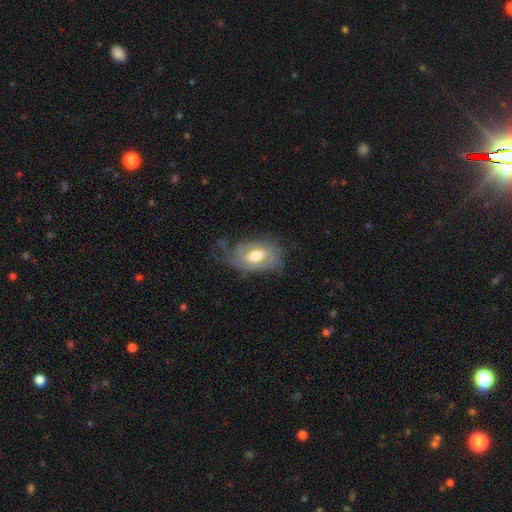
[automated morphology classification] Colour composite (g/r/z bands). It shows a featured or disk galaxy (75%) with no bar (49%), tight (50%) spiral arms (86%) and a moderate central bulge (63%). Merging: none (51%).